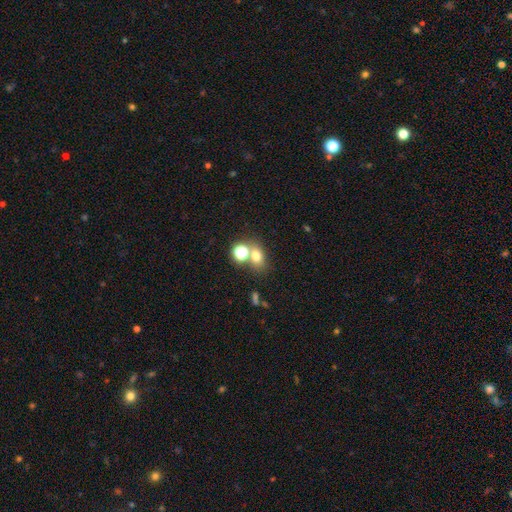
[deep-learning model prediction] smooth-or-featured: smooth: 71% | star or artifact: 18% | featured or disk: 12%
  how-rounded: in between: 50% | round: 49% | cigar-shaped: 2%
  merging: none: 53% | merger: 33% | minor disturbance: 10% | major disturbance: 5%